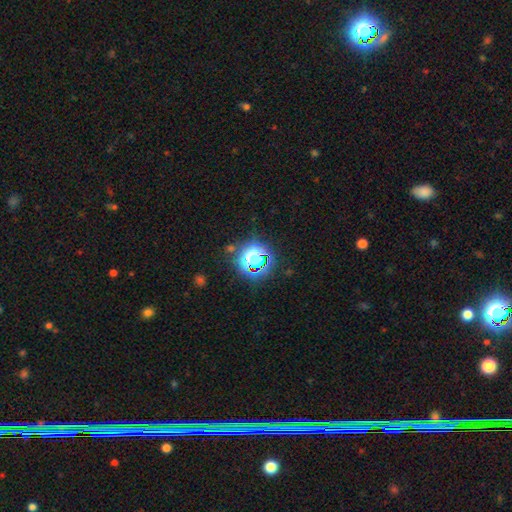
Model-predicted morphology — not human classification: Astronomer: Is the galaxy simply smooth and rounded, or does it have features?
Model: star or artifact — 69%.